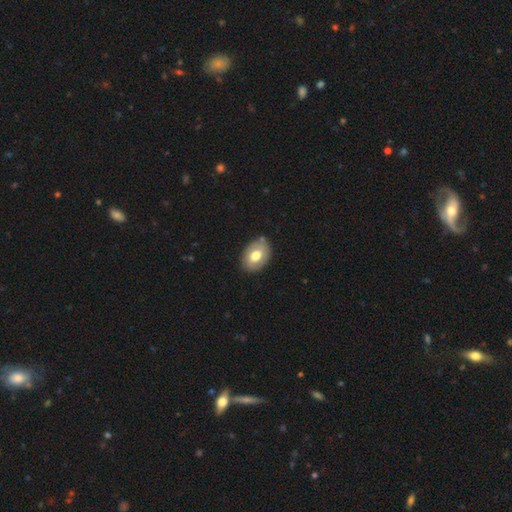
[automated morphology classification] smooth 69%, featured or disk 24%, star or artifact 7%. Down the decision tree: how rounded — in between (81%); merging — none (81%).